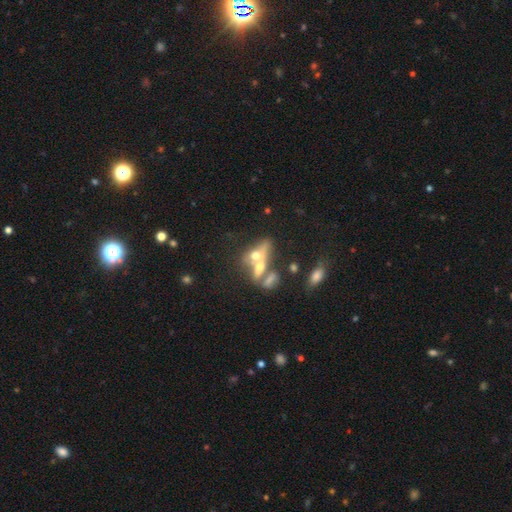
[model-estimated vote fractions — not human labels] The model was most divided on "smooth or featured": smooth: 48%, featured or disk: 39%, star or artifact: 12%. More confident: merging — merger (61%).